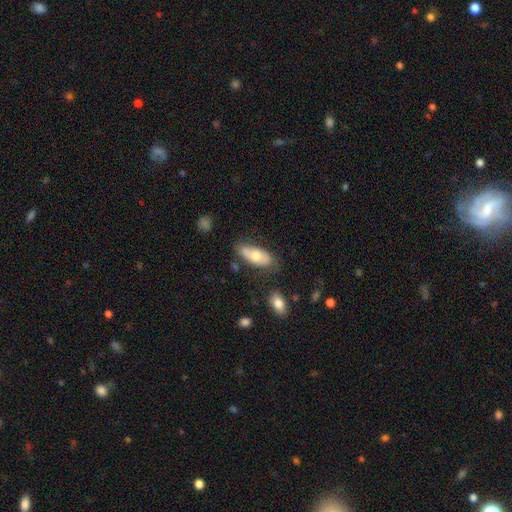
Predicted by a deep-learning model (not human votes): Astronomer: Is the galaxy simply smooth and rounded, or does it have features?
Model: smooth — 65%.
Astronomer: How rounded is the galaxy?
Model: in between — 82%.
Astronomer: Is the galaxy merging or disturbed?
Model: none — 64%.